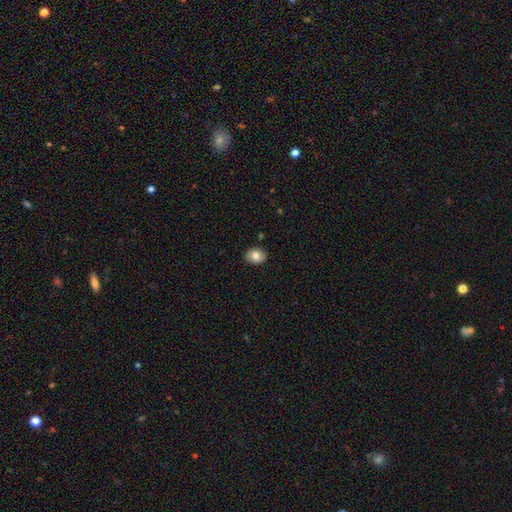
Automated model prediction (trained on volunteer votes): A smooth galaxy with no disk features (80%) that is in between round and cigar-shaped (57%).

Vote fractions:
- Smooth or featured? smooth: 80% / featured or disk: 12% / star or artifact: 8%
- How rounded? in between: 57% / round: 42% / cigar-shaped: 1%
- Merging? none: 86% / minor disturbance: 11% / major disturbance: 2% / merger: 1%